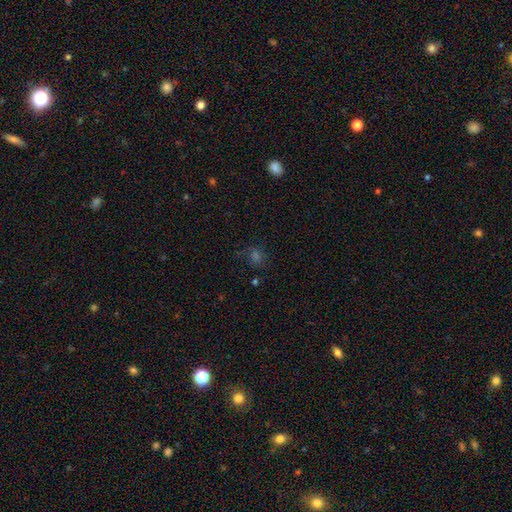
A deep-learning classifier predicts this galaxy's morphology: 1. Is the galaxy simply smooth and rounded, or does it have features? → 45% smooth, 37% star or artifact, 18% featured or disk.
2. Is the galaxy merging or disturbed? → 70% none, 15% minor disturbance, 11% major disturbance, 3% merger.